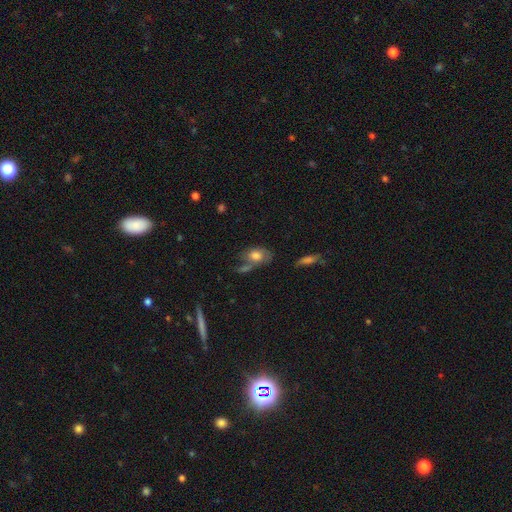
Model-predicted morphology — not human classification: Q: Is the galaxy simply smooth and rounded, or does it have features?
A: smooth — 66%.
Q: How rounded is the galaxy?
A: in between — 81%.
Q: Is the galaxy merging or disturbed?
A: none — 34%.